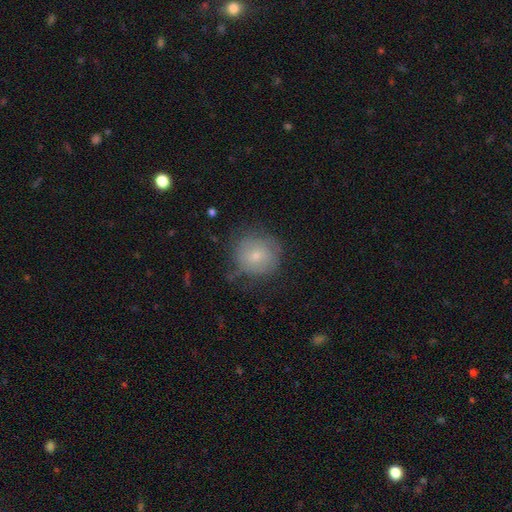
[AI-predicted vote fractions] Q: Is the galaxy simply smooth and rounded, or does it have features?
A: smooth — 68%.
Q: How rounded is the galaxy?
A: round — 89%.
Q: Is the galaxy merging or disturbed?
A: none — 66%.